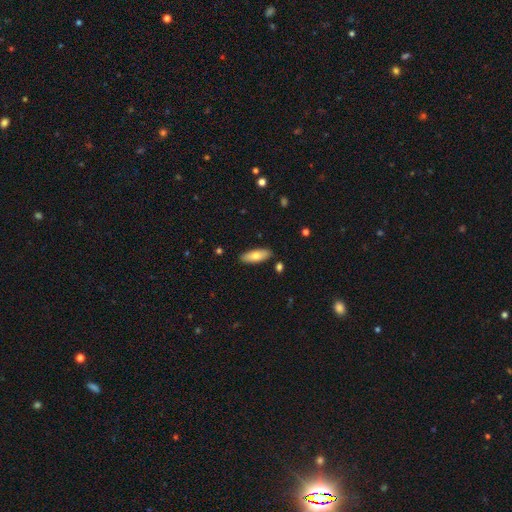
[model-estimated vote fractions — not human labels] Morphology: type=smooth (72%); roundness=in between (70%); merging=none (87%).